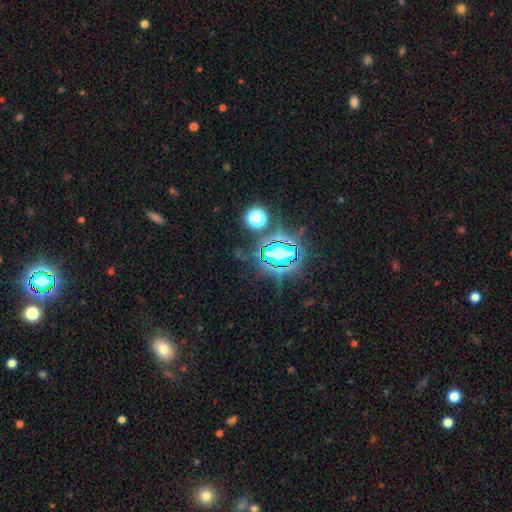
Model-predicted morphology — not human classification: This is likely a star or artifact rather than a galaxy (78%).